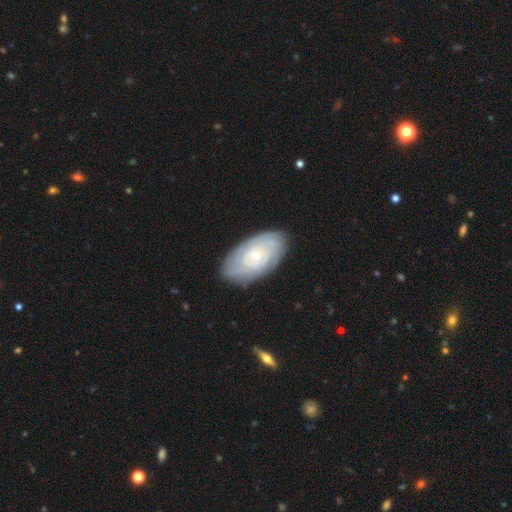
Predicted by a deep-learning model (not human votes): A featured or disk galaxy (76%) with no bar (78%), tight (81%) spiral arms (92%) and a small central bulge (77%). Merging: none (80%).